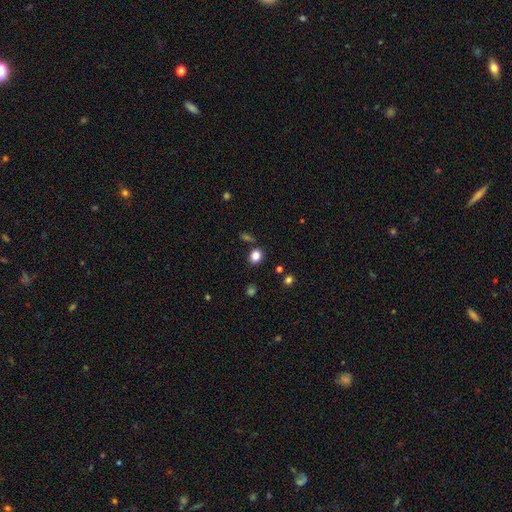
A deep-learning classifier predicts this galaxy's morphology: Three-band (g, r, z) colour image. It shows a smooth galaxy with no disk features (83%) that is round (52%). Merging: none (78%).